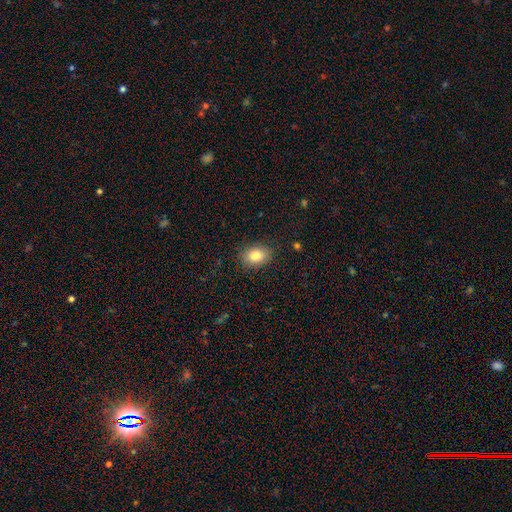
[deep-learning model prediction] Overall: smooth (83%). How rounded: in between (76%). Merging: none (86%).